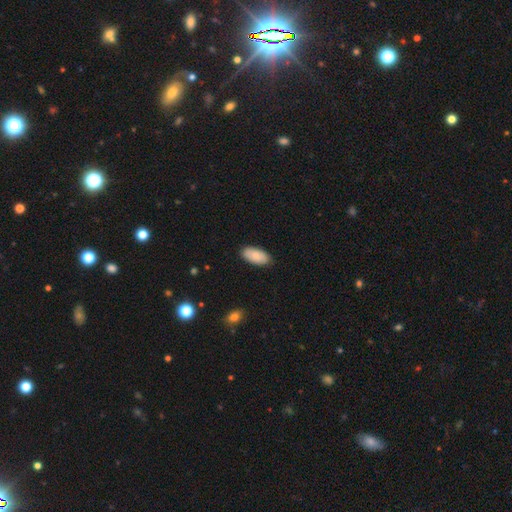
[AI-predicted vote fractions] Smooth or featured: smooth — 84% (featured or disk — 10%)
How rounded: in between — 94% (cigar-shaped — 4%)
Merging: none — 87% (minor disturbance — 10%)